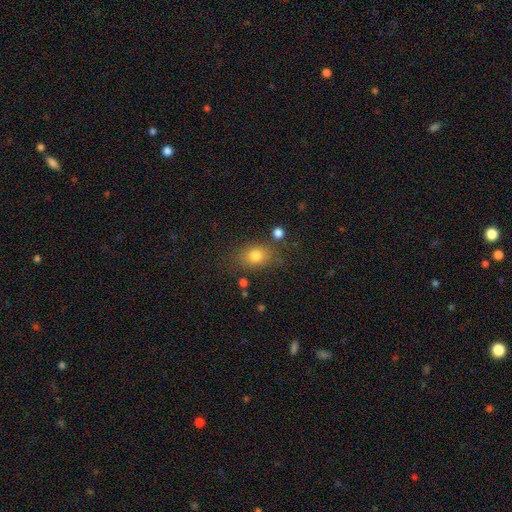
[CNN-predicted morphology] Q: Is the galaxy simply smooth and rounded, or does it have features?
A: smooth — 78%.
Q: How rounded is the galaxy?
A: in between — 61%.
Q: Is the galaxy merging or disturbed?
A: none — 77%.